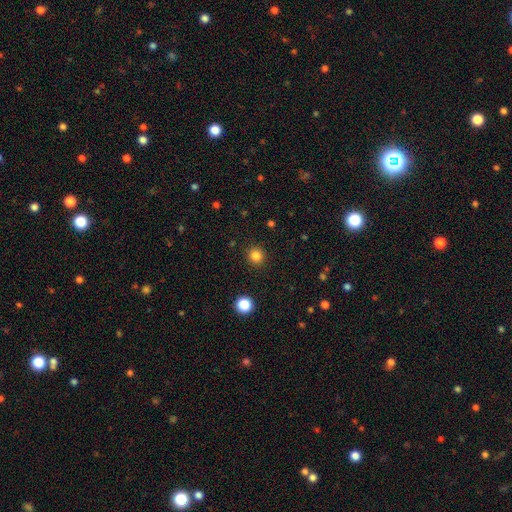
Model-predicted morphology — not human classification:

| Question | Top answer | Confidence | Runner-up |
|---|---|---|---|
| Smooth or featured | smooth | 83% | star or artifact (13%) |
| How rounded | round | 94% | in between (5%) |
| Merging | none | 92% | minor disturbance (5%) |